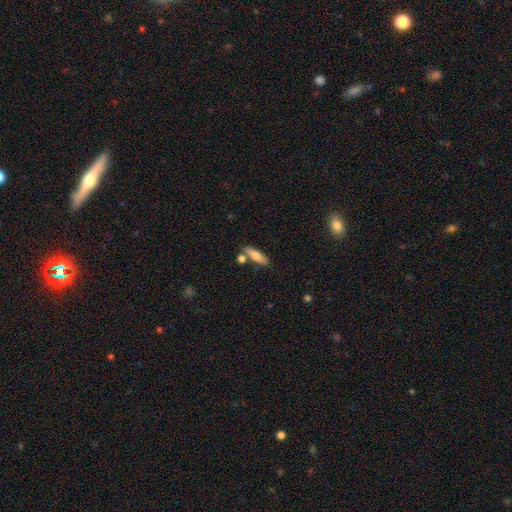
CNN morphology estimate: type=smooth (74%); roundness=cigar-shaped (58%); merging=none (72%).